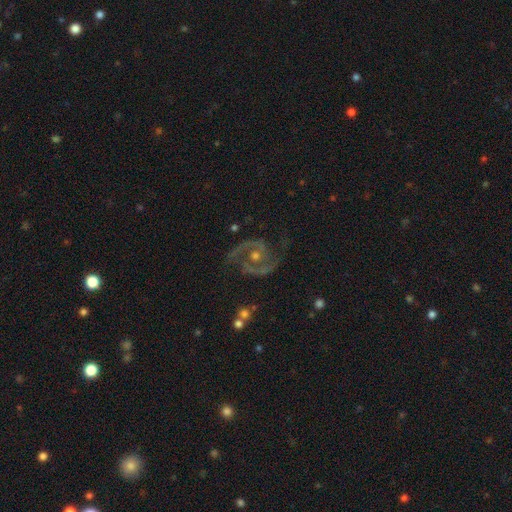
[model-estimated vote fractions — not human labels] Smooth or featured? Predicted: featured or disk (p=0.91). Edge-on disk? Predicted: no (p=0.98). Bar? Predicted: no (p=0.56). Spiral arms? Predicted: yes (p=0.98). Spiral winding? Predicted: medium (p=0.62). Spiral arm count? Predicted: 2 (p=0.92). Bulge size? Predicted: moderate (p=0.61). Merging? Predicted: none (p=0.77).